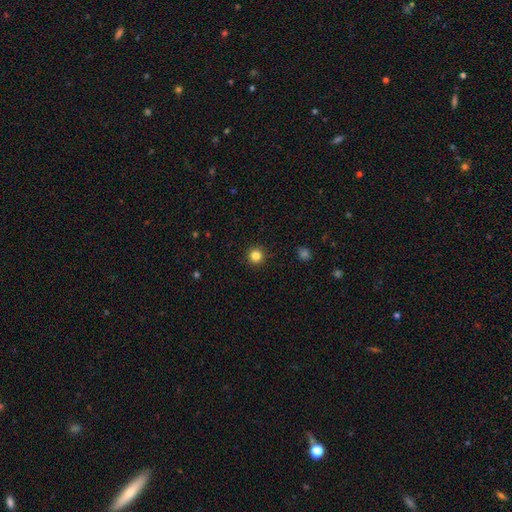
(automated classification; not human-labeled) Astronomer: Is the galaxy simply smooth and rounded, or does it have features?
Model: smooth — 83%.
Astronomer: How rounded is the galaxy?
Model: round — 96%.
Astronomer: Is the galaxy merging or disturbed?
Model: none — 93%.